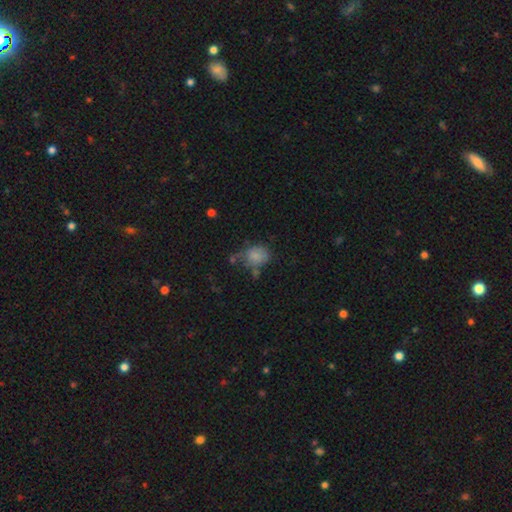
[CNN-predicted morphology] Smooth or featured? smooth (78%)
How rounded? round (55%)
Merging? none (44%)